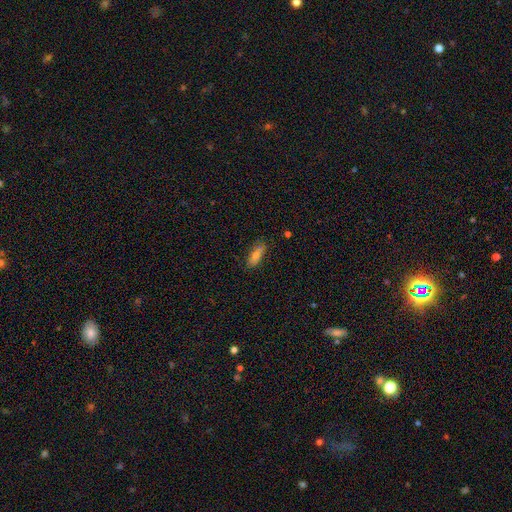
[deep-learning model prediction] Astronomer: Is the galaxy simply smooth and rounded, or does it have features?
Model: smooth — 72%.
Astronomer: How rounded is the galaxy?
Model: in between — 69%.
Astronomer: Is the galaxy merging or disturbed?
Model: none — 79%.